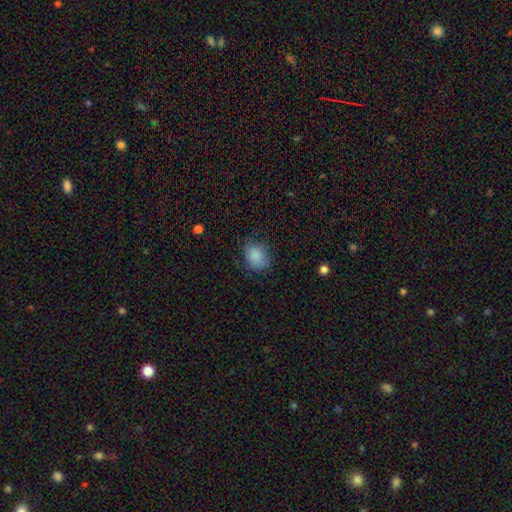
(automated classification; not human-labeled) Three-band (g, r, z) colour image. It shows a smooth galaxy with no disk features (85%) that is round (56%). Merging: none (69%).